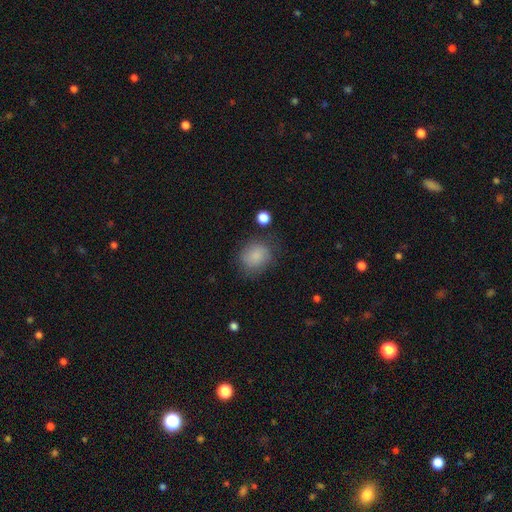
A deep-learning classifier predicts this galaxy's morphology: Smooth or featured? smooth (83%)
How rounded? round (69%)
Merging? none (71%)